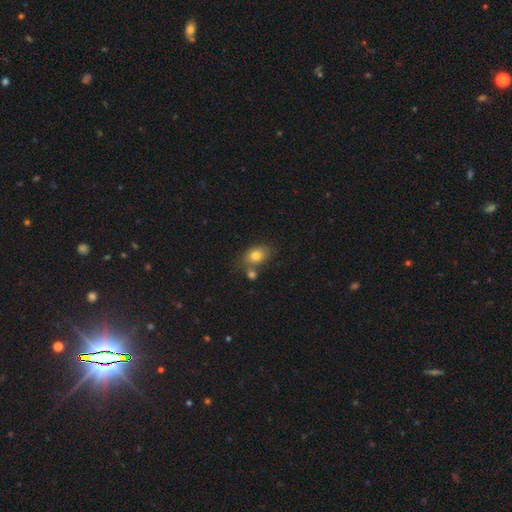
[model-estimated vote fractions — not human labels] The model was most divided on "merging": none: 57%, merger: 23%, minor disturbance: 15%, major disturbance: 5%. More confident: smooth or featured — smooth (78%); how rounded — in between (70%).